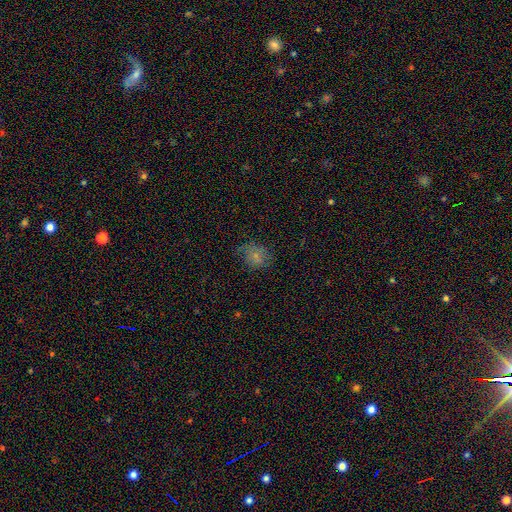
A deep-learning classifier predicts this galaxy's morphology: smooth_or_featured: smooth (p=0.68) [alt: star or artifact p=0.18]
how_rounded: round (p=0.62) [alt: in between p=0.37]
merging: none (p=0.61) [alt: minor disturbance p=0.26]